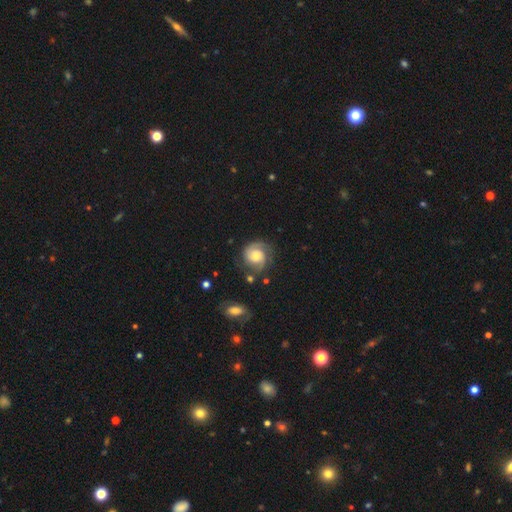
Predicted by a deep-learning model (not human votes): A featured or disk galaxy (74%) with no bar (70%), 2 (73%) tight (49%) spiral arms (95%) and a moderate central bulge (50%). Merging: none (70%).